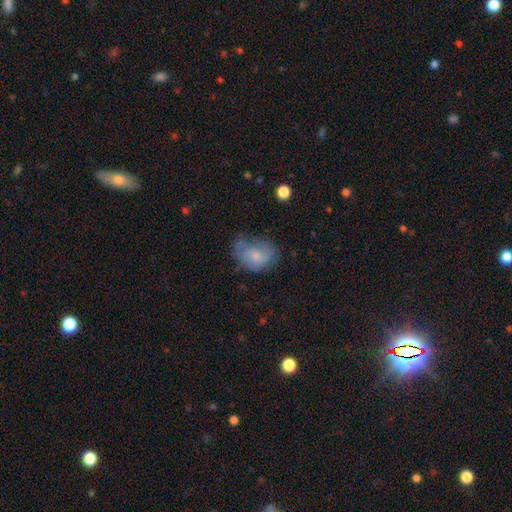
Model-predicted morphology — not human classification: type=smooth (62%); roundness=in between (68%); merging=none (41%).